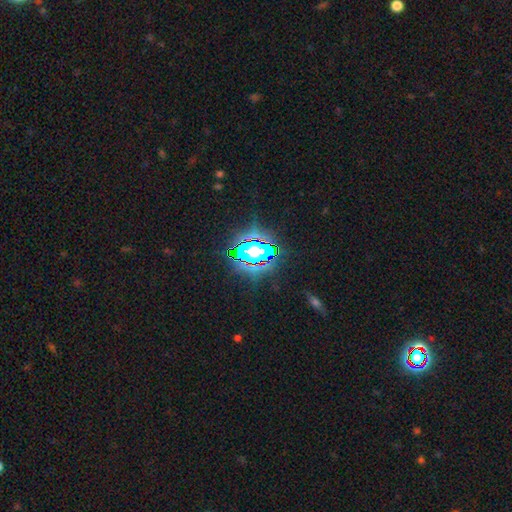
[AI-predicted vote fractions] Morphology: type=star or artifact (71%).